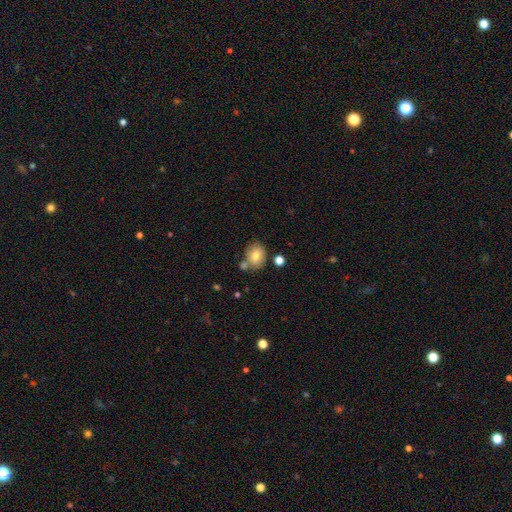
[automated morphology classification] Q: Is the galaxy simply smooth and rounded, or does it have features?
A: smooth — 76%.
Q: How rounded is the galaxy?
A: round — 57%.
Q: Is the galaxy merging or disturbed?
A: none — 66%.